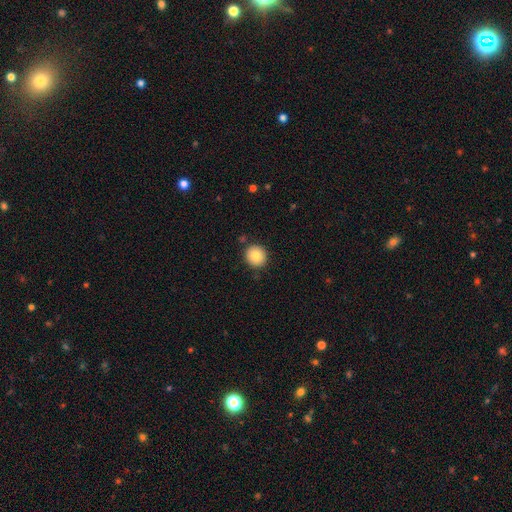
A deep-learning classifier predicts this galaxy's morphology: This appears to be a smooth galaxy with no disk features (84%) that is round (93%). Merging: none (89%).